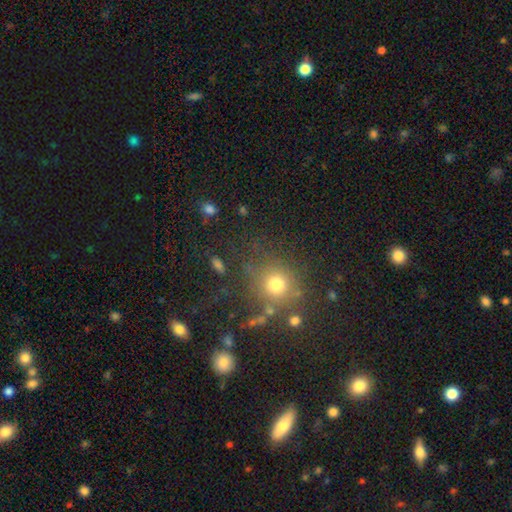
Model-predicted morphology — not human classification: type=smooth (51%); roundness=round (85%); merging=none (73%).